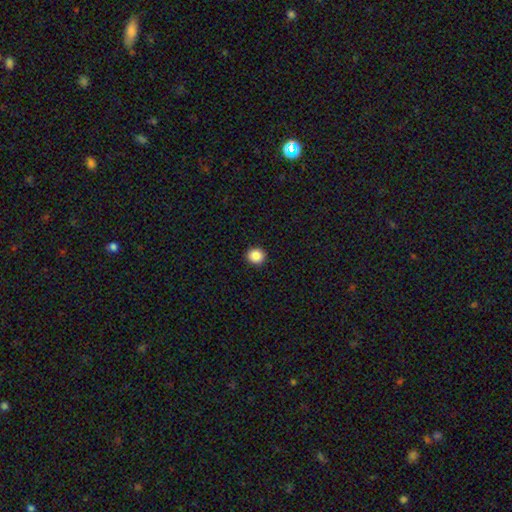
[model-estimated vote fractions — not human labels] A smooth galaxy with no disk features (87%) that is round (90%). Merging: none (93%).